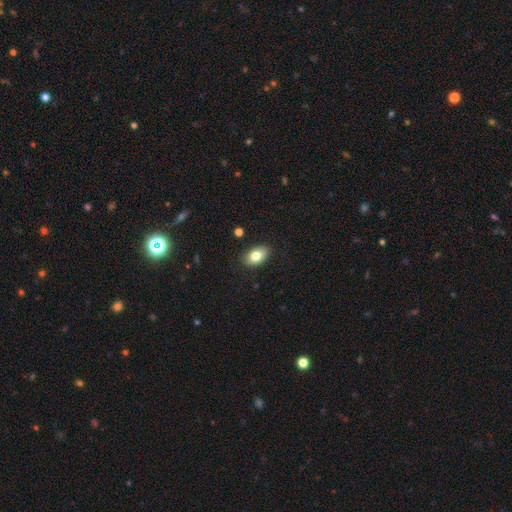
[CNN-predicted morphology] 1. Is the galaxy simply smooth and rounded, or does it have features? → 80% smooth, 12% featured or disk, 8% star or artifact.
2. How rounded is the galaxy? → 90% in between, 8% round, 2% cigar-shaped.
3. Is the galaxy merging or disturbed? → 86% none, 10% minor disturbance, 2% major disturbance, 1% merger.